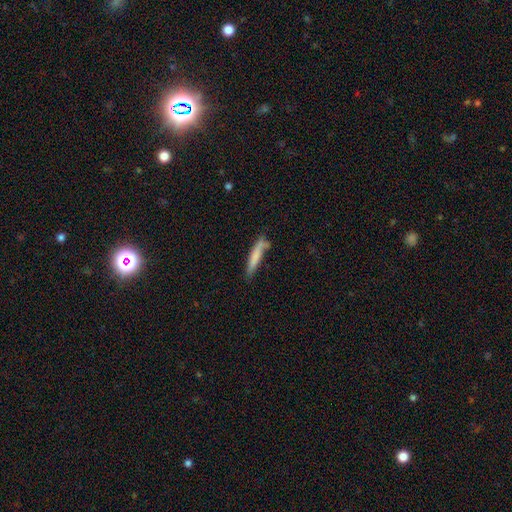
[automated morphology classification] Q: Smooth or featured?
A: smooth (74%); runner-up: featured or disk (20%)
Q: How rounded?
A: cigar-shaped (92%); runner-up: in between (7%)
Q: Merging?
A: none (65%); runner-up: minor disturbance (23%)